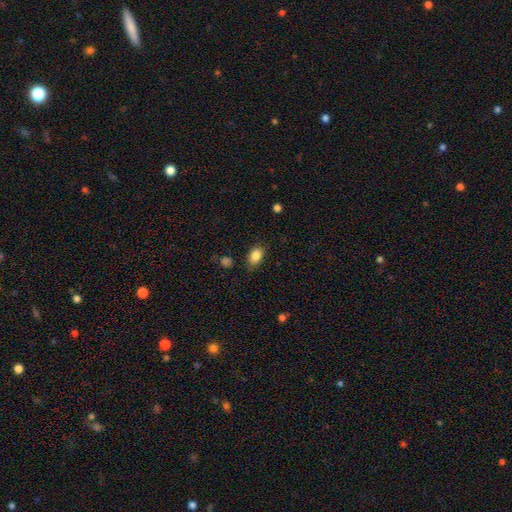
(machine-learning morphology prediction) Smooth or featured: smooth — 86% (star or artifact — 8%)
How rounded: in between — 84% (round — 14%)
Merging: none — 80% (minor disturbance — 15%)